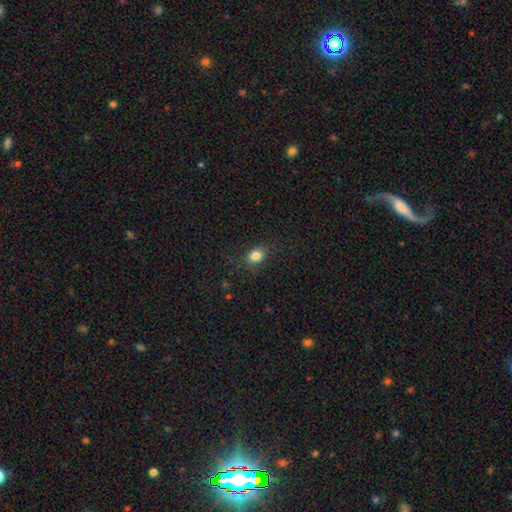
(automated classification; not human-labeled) This is clearly a smooth galaxy (82%). How rounded: possibly in between (59%). Merging: clearly none (81%).